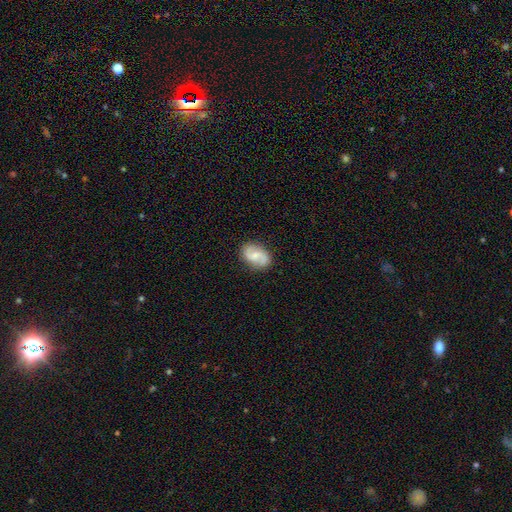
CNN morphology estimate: Smooth or featured: featured or disk — 64% (smooth — 30%)
Edge-on disk: no — 97% (yes — 3%)
Bar: weak — 46% (no — 45%)
Spiral arms: yes — 93% (no — 7%)
Spiral winding: loose — 46% (medium — 39%)
Spiral arm count: 2 — 91% (can't tell — 5%)
Bulge size: small — 48% (moderate — 40%)
Merging: none — 83% (minor disturbance — 13%)